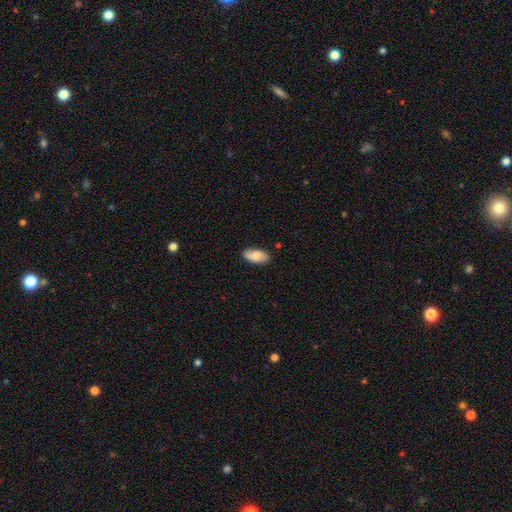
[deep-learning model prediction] Smooth or featured? smooth (76%)
How rounded? in between (93%)
Merging? none (84%)